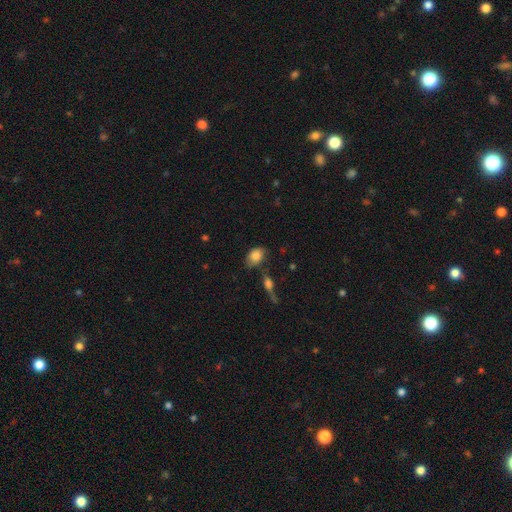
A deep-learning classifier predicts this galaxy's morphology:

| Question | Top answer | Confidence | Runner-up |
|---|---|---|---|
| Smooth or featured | smooth | 78% | featured or disk (14%) |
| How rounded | in between | 79% | round (19%) |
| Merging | none | 56% | minor disturbance (26%) |